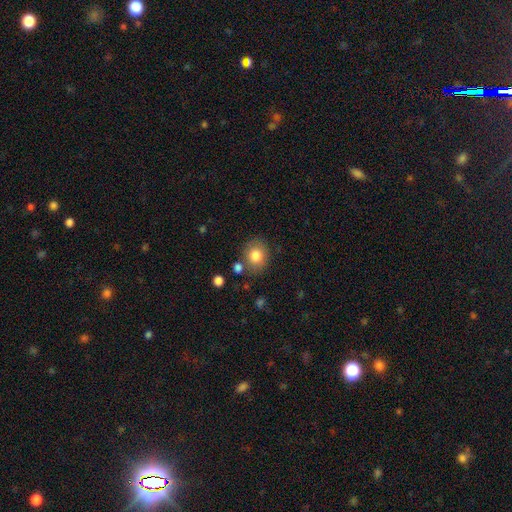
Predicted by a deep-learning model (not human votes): Smooth or featured? smooth (82%)
How rounded? round (66%)
Merging? none (77%)